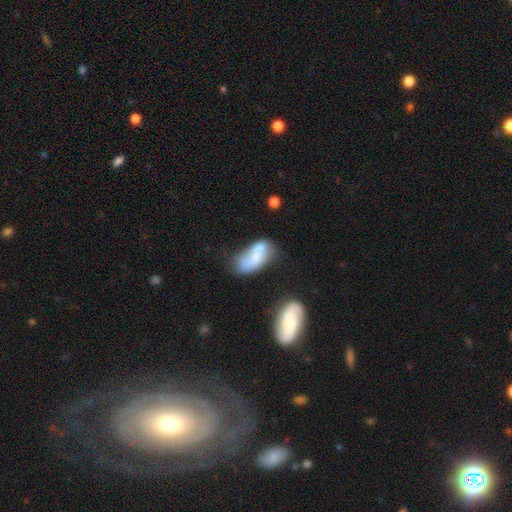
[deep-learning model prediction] A smooth galaxy with no disk features (60%) that is in between round and cigar-shaped (88%). Merging: none (30%).